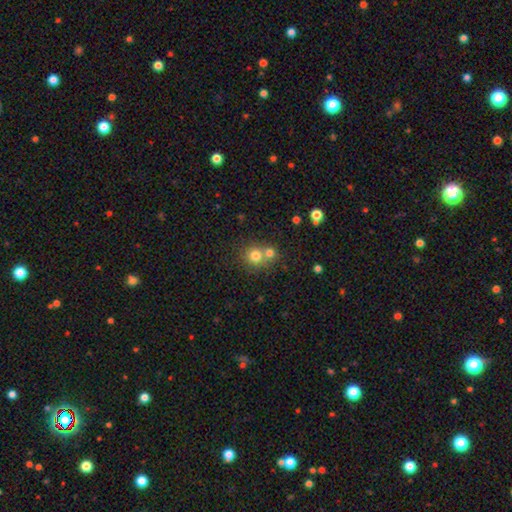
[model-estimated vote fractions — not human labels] This appears to be a smooth galaxy with no disk features (77%) that is round (88%). Merging: none (50%).